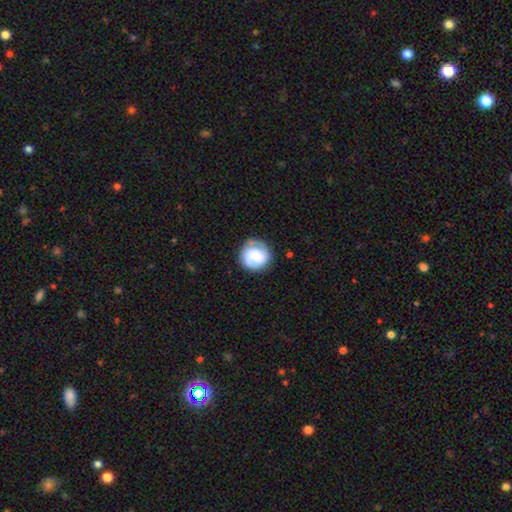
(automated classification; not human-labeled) Overall: smooth (61%; featured or disk 32%). How rounded: round (90%). Merging: none (70%).